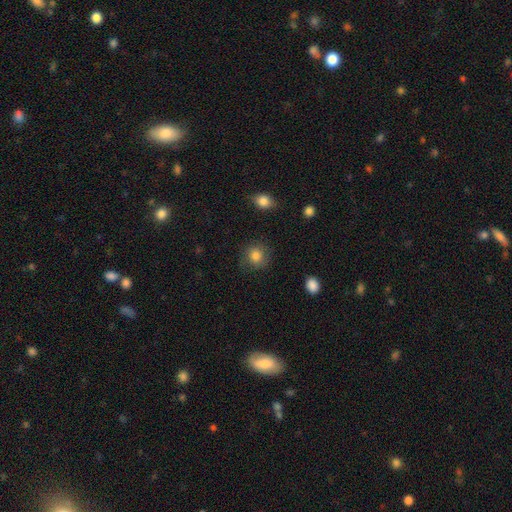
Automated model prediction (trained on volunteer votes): Smooth or featured?
  - smooth: 80% *
  - featured or disk: 10%
  - star or artifact: 9%
How rounded?
  - round: 83% *
  - in between: 16%
  - cigar-shaped: 1%
Merging?
  - none: 77% *
  - minor disturbance: 16%
  - major disturbance: 6%
  - merger: 1%